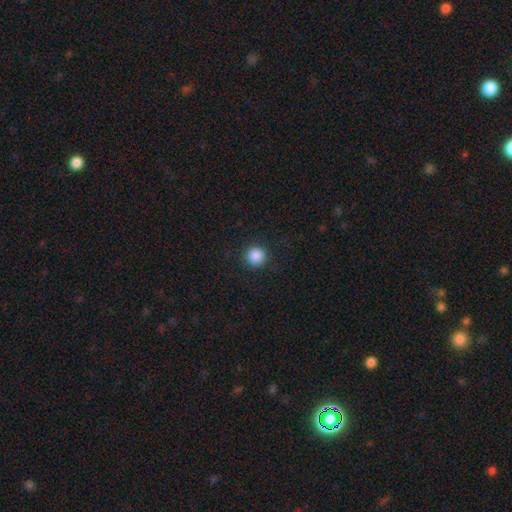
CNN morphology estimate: A smooth galaxy with no disk features (87%) that is round (95%).

Vote fractions:
- Smooth or featured? smooth: 87% / star or artifact: 10% / featured or disk: 3%
- How rounded? round: 95% / in between: 4% / cigar-shaped: 1%
- Merging? none: 92% / minor disturbance: 5% / major disturbance: 2% / merger: 1%